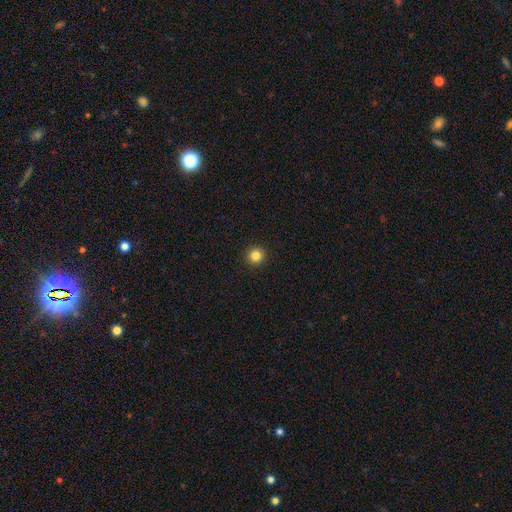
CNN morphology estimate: This is clearly a smooth galaxy (84%). How rounded: clearly round (95%). Merging: clearly none (93%).